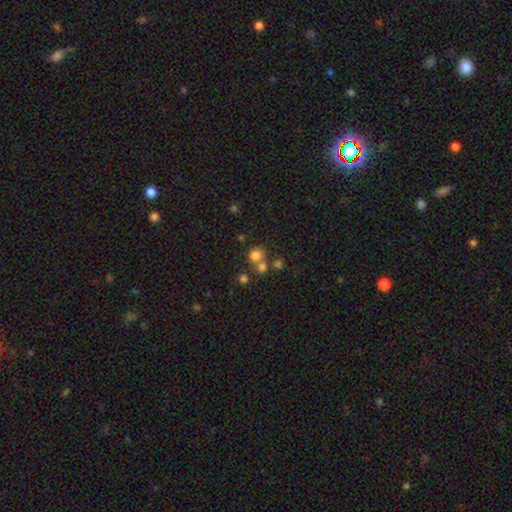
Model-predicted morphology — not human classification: Smooth or featured? Predicted: smooth (p=0.75). How rounded? Predicted: round (p=0.84). Merging? Predicted: none (p=0.58).